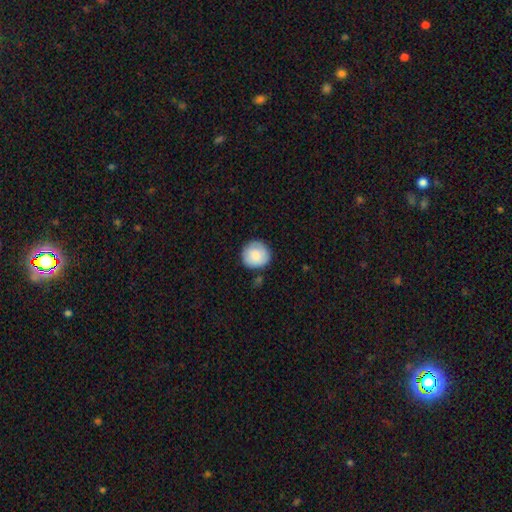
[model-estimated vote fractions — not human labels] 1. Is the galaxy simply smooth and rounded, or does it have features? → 84% smooth, 9% featured or disk, 7% star or artifact.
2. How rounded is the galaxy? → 92% round, 7% in between, 1% cigar-shaped.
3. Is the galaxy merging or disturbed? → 82% none, 12% minor disturbance, 3% merger, 3% major disturbance.